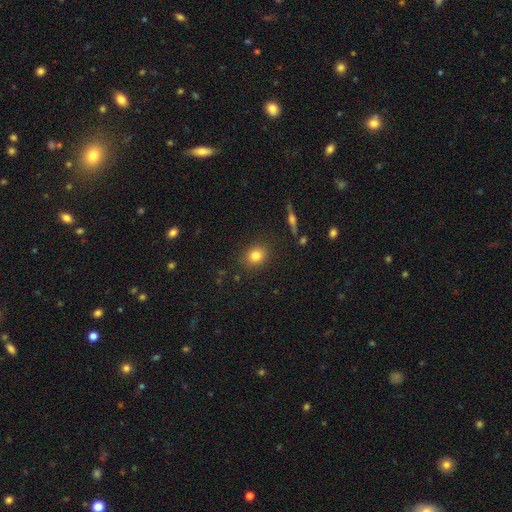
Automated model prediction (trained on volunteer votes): Smooth or featured? Predicted: smooth (p=0.81). How rounded? Predicted: round (p=0.67). Merging? Predicted: none (p=0.87).